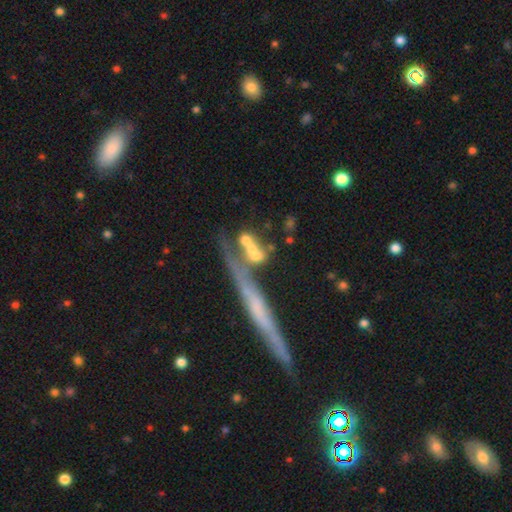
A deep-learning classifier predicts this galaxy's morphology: Q: Smooth or featured?
A: smooth (52%); runner-up: featured or disk (33%)
Q: How rounded?
A: round (41%); runner-up: in between (35%)
Q: Merging?
A: merger (50%); runner-up: none (25%)